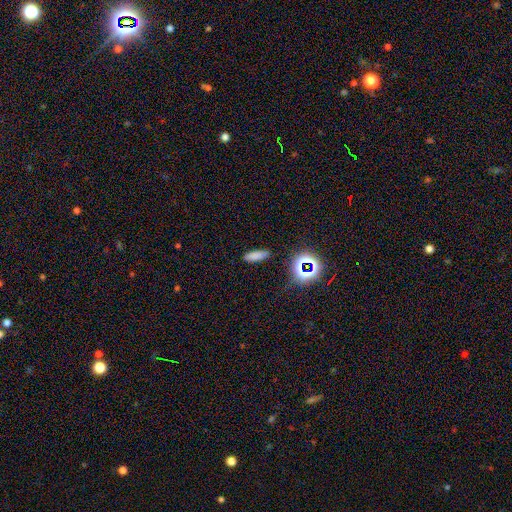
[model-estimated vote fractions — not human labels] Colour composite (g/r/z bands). It shows a smooth galaxy with no disk features (74%) that is in between round and cigar-shaped (48%, tied with cigar-shaped). Merging: none (84%).